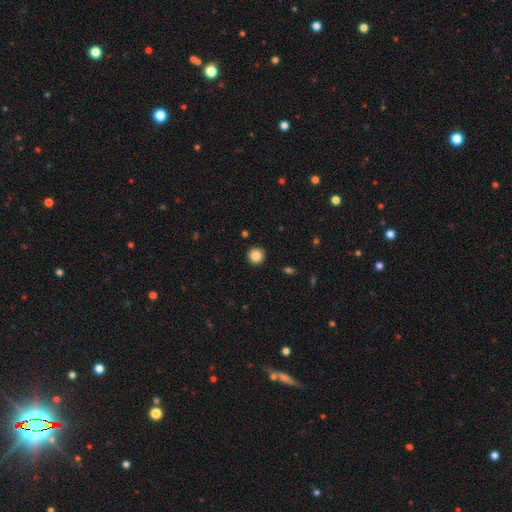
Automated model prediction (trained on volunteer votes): smooth 85%, star or artifact 10%, featured or disk 5%. Down the decision tree: how rounded — round (96%); merging — none (92%).